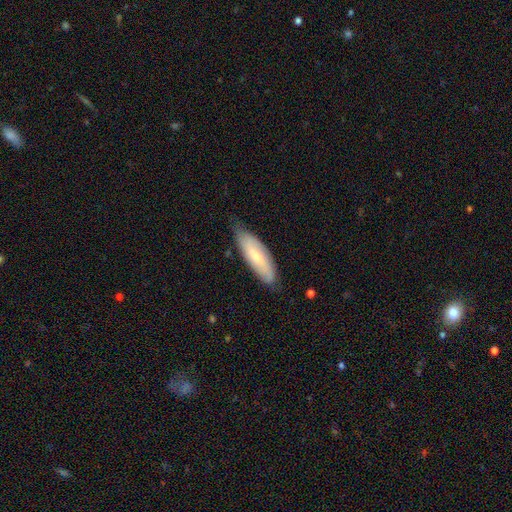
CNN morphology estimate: Smooth or featured? smooth (57%)
How rounded? in between (51%)
Merging? none (71%)